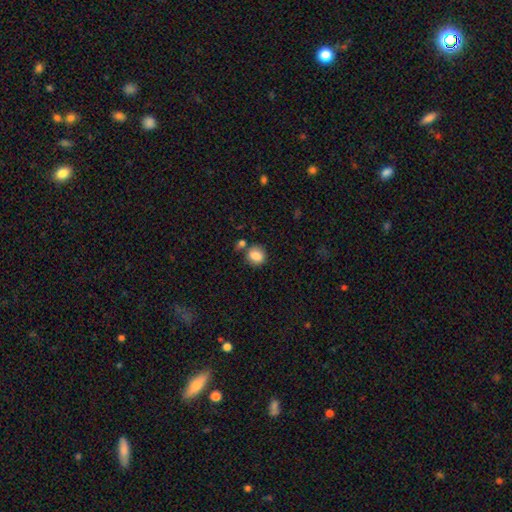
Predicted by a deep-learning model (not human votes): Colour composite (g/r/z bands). It shows a smooth galaxy with no disk features (83%) that is round (65%). Merging: none (68%).